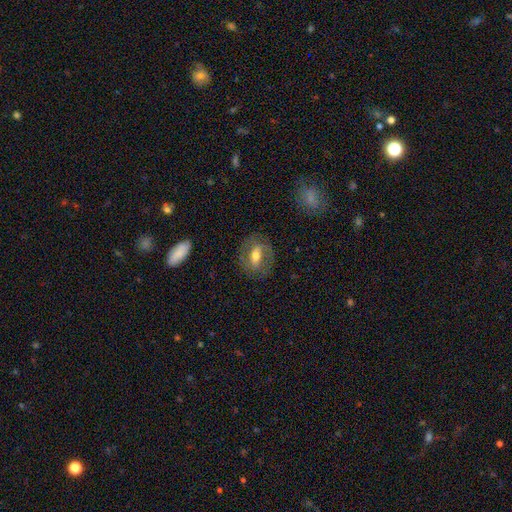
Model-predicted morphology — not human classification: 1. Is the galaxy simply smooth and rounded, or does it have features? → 49% featured or disk, 43% smooth, 8% star or artifact.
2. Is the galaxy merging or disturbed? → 79% none, 13% minor disturbance, 7% major disturbance, 1% merger.